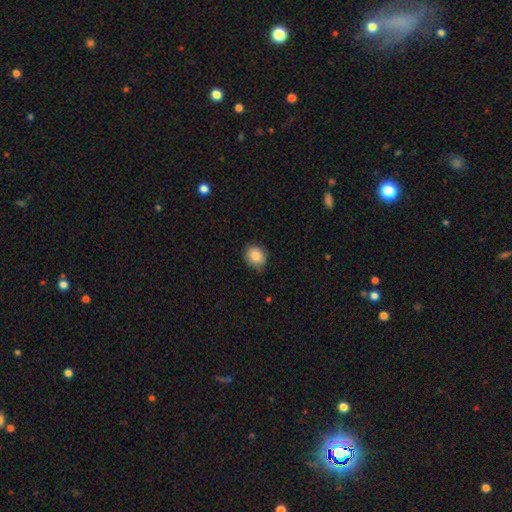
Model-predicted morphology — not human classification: Smooth or featured: smooth — 88% (star or artifact — 8%)
How rounded: round — 66% (in between — 34%)
Merging: none — 85% (minor disturbance — 12%)